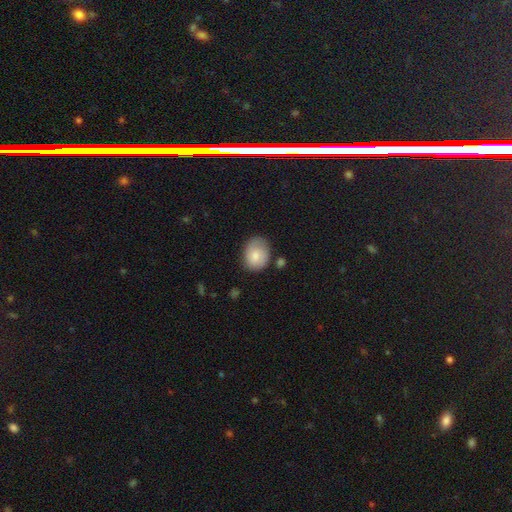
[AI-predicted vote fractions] smooth 75%, featured or disk 18%, star or artifact 7%. Down the decision tree: how rounded — in between (56%); merging — none (68%).